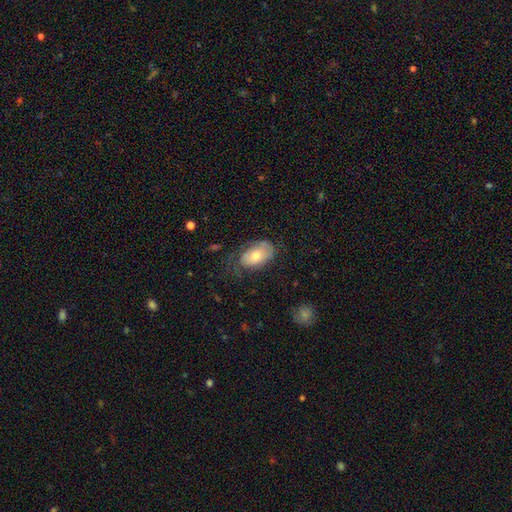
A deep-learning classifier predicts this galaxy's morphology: smooth_or_featured: smooth (p=0.63) [alt: featured or disk p=0.30]
how_rounded: in between (p=0.92) [alt: round p=0.07]
merging: none (p=0.52) [alt: minor disturbance p=0.29]